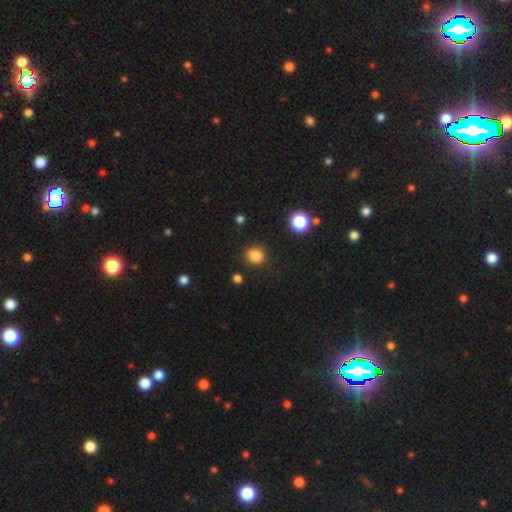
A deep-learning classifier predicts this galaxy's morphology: Smooth or featured? Predicted: smooth (p=0.83). How rounded? Predicted: round (p=0.80). Merging? Predicted: none (p=0.87).